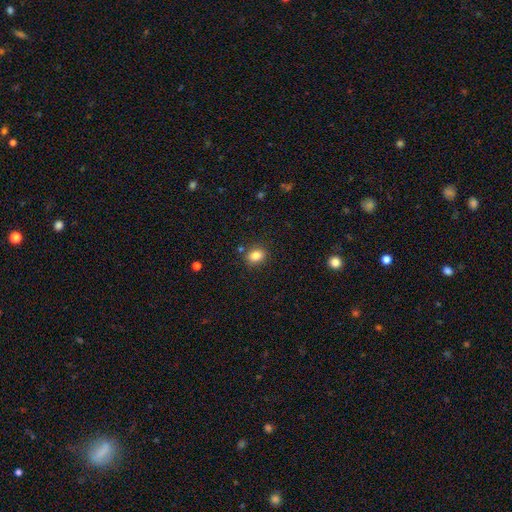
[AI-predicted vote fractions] Overall: smooth (83%). How rounded: in between (50%; round 48%). Merging: none (85%).